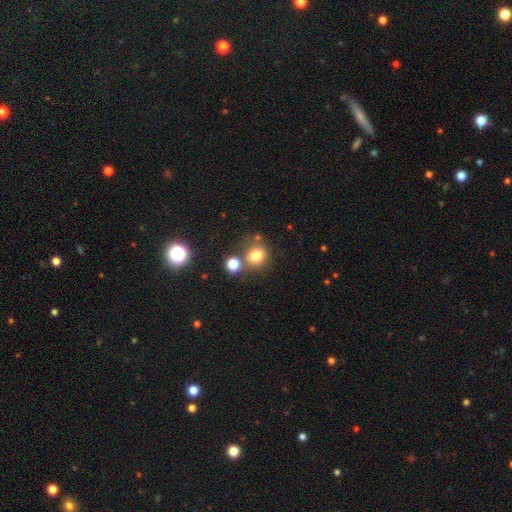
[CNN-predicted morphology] A smooth galaxy with no disk features (76%) that is round (81%).

Vote fractions:
- Smooth or featured? smooth: 76% / star or artifact: 15% / featured or disk: 9%
- How rounded? round: 81% / in between: 18% / cigar-shaped: 1%
- Merging? none: 63% / merger: 21% / minor disturbance: 11% / major disturbance: 5%